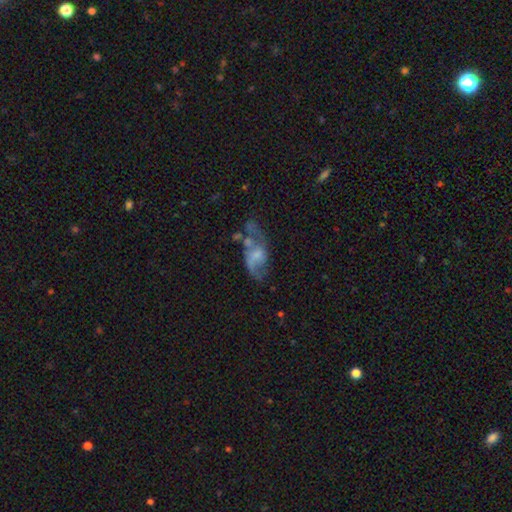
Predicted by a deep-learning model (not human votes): Q: Smooth or featured?
A: featured or disk (65%); runner-up: smooth (26%)
Q: Edge-on disk?
A: no (95%); runner-up: yes (5%)
Q: Bar?
A: no (57%); runner-up: weak (35%)
Q: Spiral arms?
A: yes (71%); runner-up: no (29%)
Q: Bulge size?
A: none (30%); runner-up: small (29%)
Q: Merging?
A: none (34%); runner-up: major disturbance (29%)